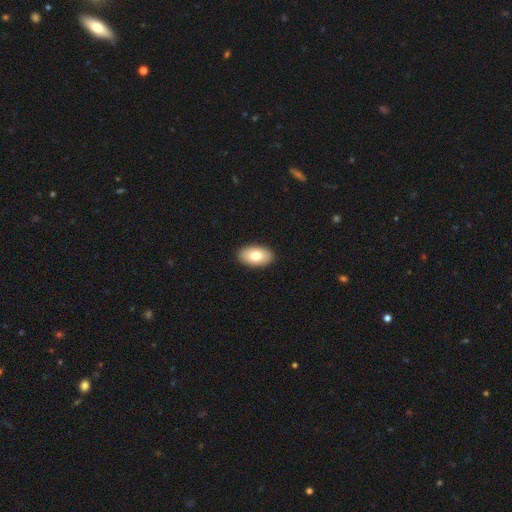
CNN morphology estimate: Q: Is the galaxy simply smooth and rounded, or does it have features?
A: smooth — 76%.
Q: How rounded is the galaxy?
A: in between — 93%.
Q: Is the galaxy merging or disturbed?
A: none — 91%.